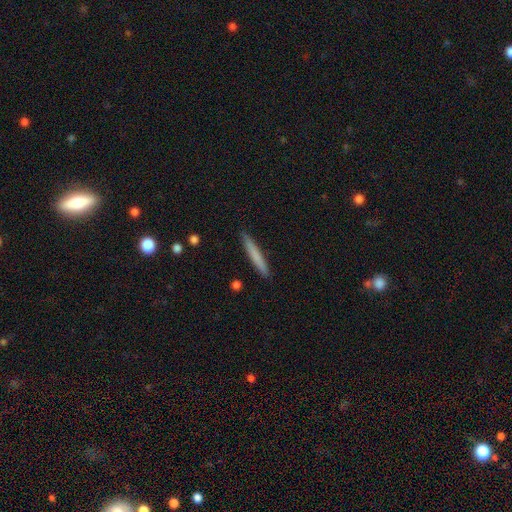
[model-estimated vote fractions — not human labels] A smooth galaxy with no disk features (73%) that is cigar-shaped (96%).

Vote fractions:
- Smooth or featured? smooth: 73% / featured or disk: 21% / star or artifact: 6%
- How rounded? cigar-shaped: 96% / in between: 3% / round: 1%
- Merging? none: 90% / minor disturbance: 7% / major disturbance: 1% / merger: 1%